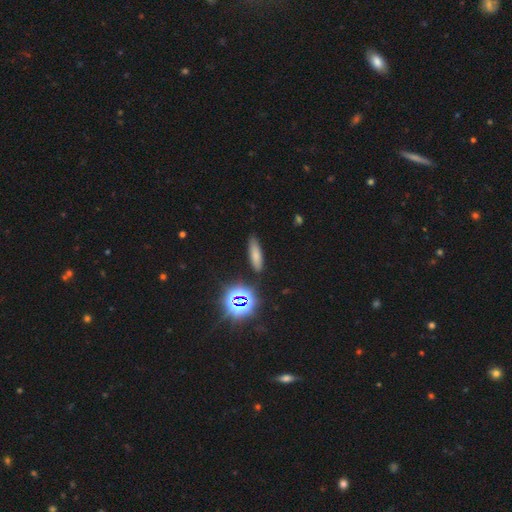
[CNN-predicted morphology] smooth 70%, star or artifact 19%, featured or disk 12%. Down the decision tree: how rounded — cigar-shaped (60%); merging — none (85%).